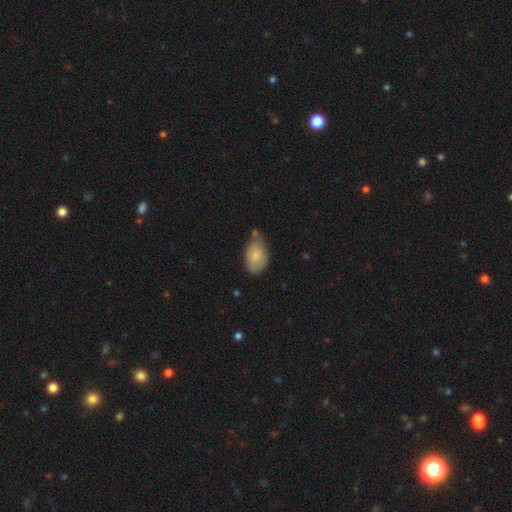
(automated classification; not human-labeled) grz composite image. It shows a smooth galaxy with no disk features (81%) that is in between round and cigar-shaped (89%). Merging: none (50%).